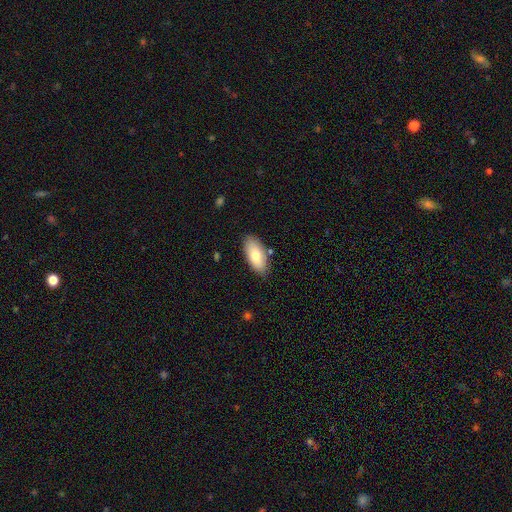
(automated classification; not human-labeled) Smooth or featured?
  - smooth: 77% *
  - featured or disk: 17%
  - star or artifact: 6%
How rounded?
  - in between: 89% *
  - cigar-shaped: 8%
  - round: 2%
Merging?
  - none: 83% *
  - minor disturbance: 12%
  - merger: 3%
  - major disturbance: 2%